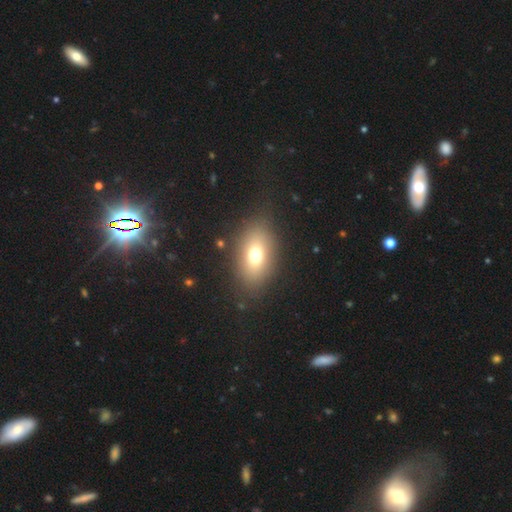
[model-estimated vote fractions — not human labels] The model was most divided on "smooth or featured": smooth: 71%, featured or disk: 17%, star or artifact: 12%. More confident: how rounded — in between (83%); merging — none (83%).